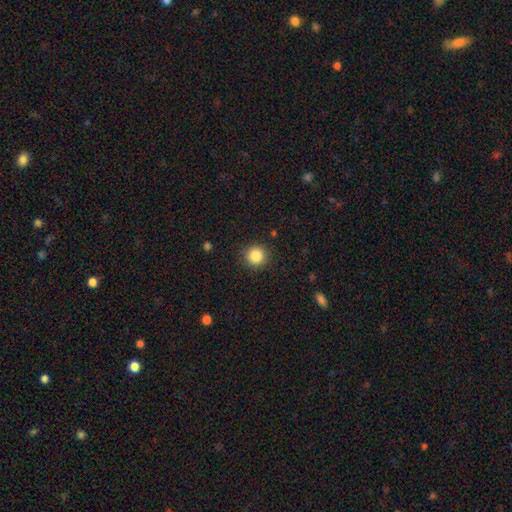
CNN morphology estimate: Q: Smooth or featured?
A: smooth (86%); runner-up: star or artifact (10%)
Q: How rounded?
A: round (93%); runner-up: in between (6%)
Q: Merging?
A: none (90%); runner-up: minor disturbance (7%)